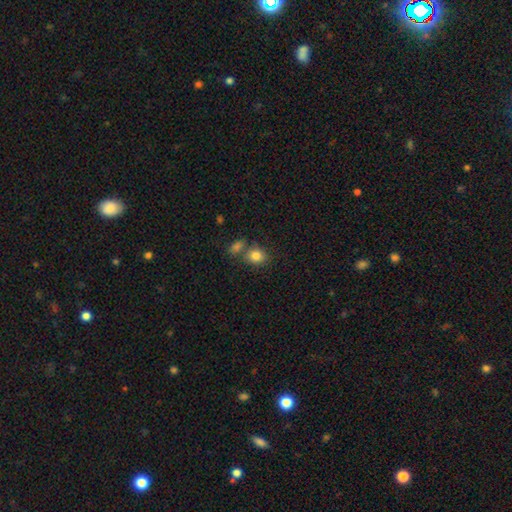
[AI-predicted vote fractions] Smooth or featured?
  - smooth: 83% *
  - star or artifact: 10%
  - featured or disk: 7%
How rounded?
  - round: 63% *
  - in between: 36%
  - cigar-shaped: 1%
Merging?
  - none: 59% *
  - merger: 25%
  - minor disturbance: 12%
  - major disturbance: 4%